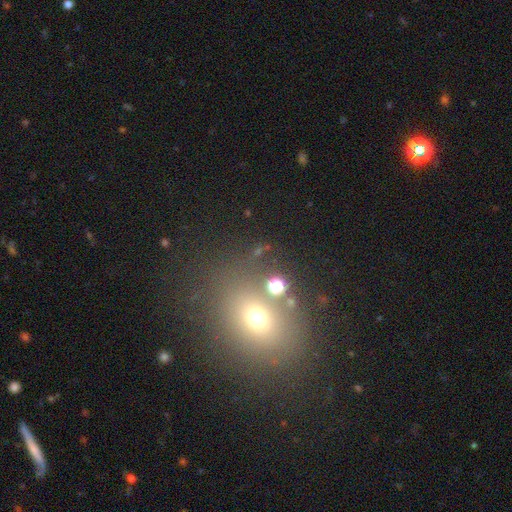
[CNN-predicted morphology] The model was most divided on "smooth or featured": smooth: 55%, star or artifact: 32%, featured or disk: 13%. More confident: merging — none (72%); how rounded — round (61%).